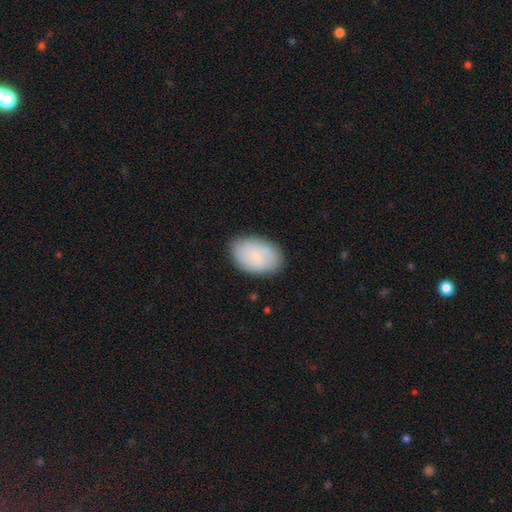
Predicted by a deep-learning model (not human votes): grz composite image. It shows a smooth galaxy with no disk features (71%) that is in between round and cigar-shaped (89%). Merging: none (81%).